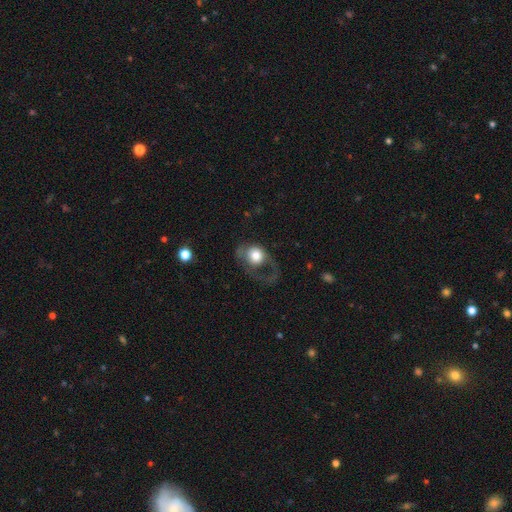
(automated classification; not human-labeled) Smooth or featured: smooth — 57% (featured or disk — 35%)
How rounded: round — 64% (in between — 35%)
Merging: major disturbance — 52% (none — 29%)